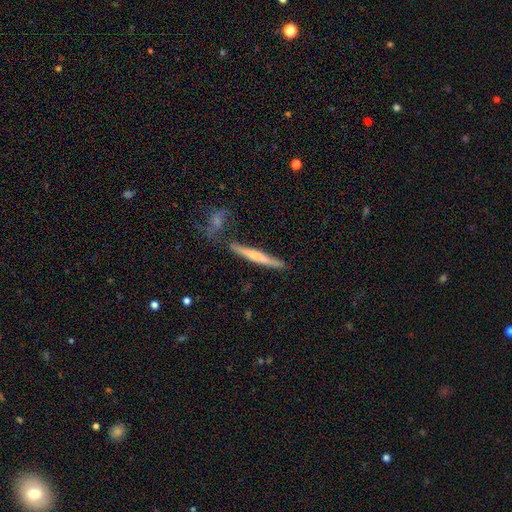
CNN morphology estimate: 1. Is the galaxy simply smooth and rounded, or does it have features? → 47% featured or disk (tied), 47% smooth (tied), 6% star or artifact.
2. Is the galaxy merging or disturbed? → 76% none, 14% minor disturbance, 7% merger, 3% major disturbance.